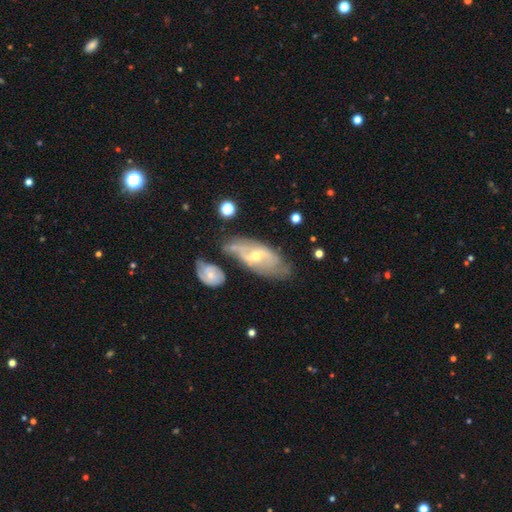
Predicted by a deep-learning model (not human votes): featured or disk 76%, smooth 17%, star or artifact 7%. Down the decision tree: edge-on disk — no (87%); bar — weak (43%); spiral arms — yes (81%); spiral arm count — 2 (51%); spiral winding — tight (40%); bulge size — small (50%); merging — none (57%).